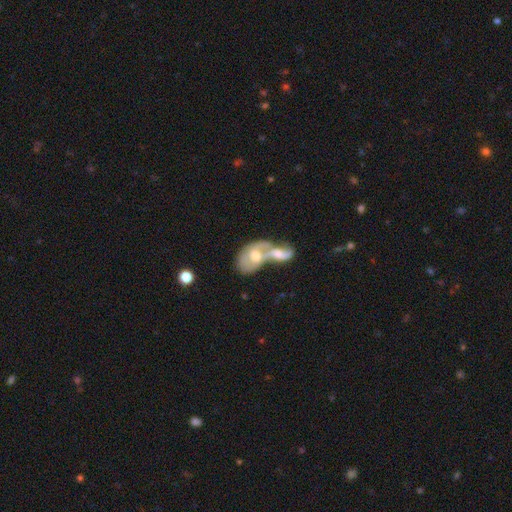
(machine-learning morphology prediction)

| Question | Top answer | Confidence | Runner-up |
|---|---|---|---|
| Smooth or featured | featured or disk | 54% | smooth (39%) |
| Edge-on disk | no | 93% | yes (7%) |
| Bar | no | 63% | weak (30%) |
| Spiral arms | yes | 56% | no (44%) |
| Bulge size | moderate | 64% | small (23%) |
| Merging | merger | 81% | none (8%) |